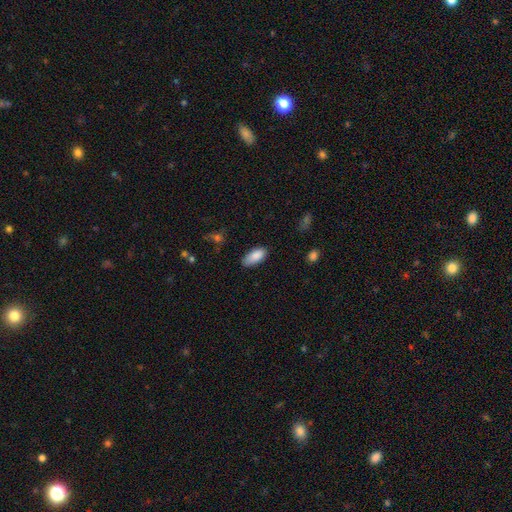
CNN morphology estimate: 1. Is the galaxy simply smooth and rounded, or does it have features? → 88% smooth, 7% star or artifact, 6% featured or disk.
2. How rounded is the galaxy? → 90% in between, 8% cigar-shaped, 2% round.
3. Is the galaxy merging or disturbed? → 78% none, 18% minor disturbance, 3% major disturbance, 1% merger.